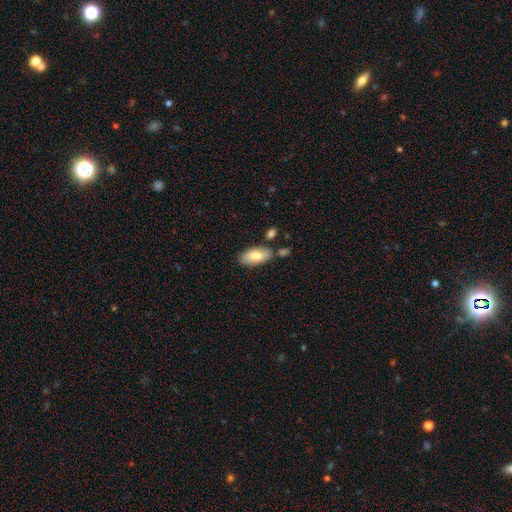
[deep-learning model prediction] Smooth or featured? smooth (77%)
How rounded? in between (91%)
Merging? none (71%)